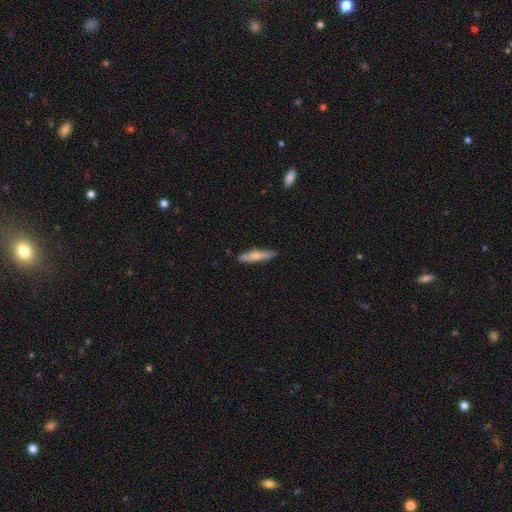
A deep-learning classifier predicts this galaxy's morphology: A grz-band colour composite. It shows a smooth galaxy with no disk features (62%) that is cigar-shaped (83%). Merging: none (88%).